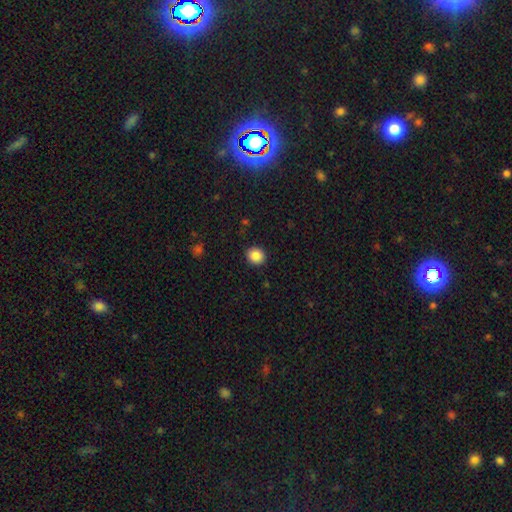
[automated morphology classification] A smooth galaxy with no disk features (86%) that is round (84%). Merging: none (91%).